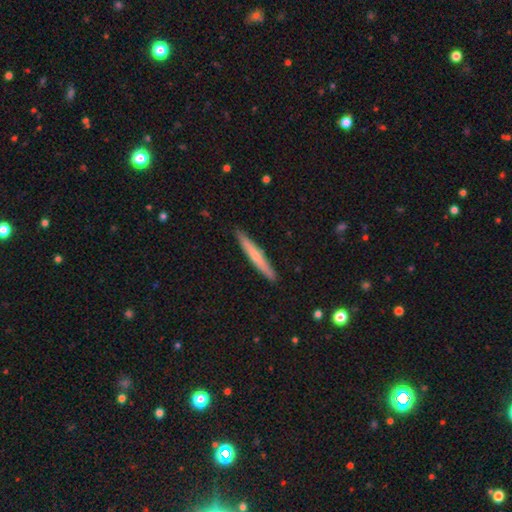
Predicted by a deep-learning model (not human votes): Smooth or featured? smooth (53%)
How rounded? cigar-shaped (96%)
Merging? none (91%)